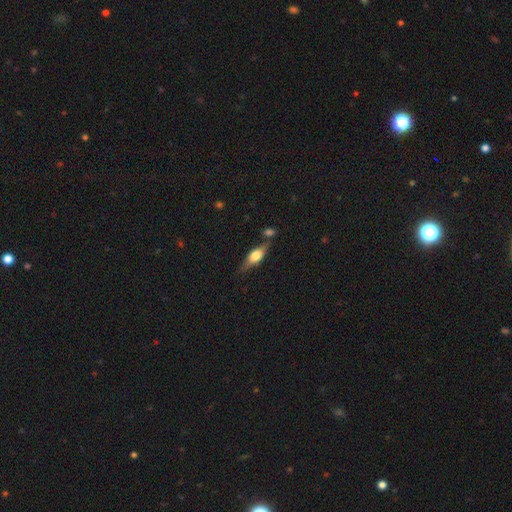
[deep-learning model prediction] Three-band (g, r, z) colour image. It shows a featured or disk galaxy (51%) viewed edge-on (89%). Merging: none (66%).